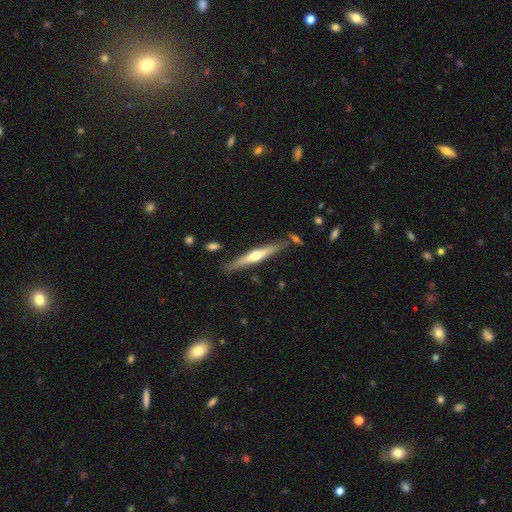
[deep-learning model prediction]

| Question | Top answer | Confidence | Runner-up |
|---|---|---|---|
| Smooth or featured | featured or disk | 65% | smooth (29%) |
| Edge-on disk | yes | 96% | no (4%) |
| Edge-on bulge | rounded | 89% | none (8%) |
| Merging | none | 83% | minor disturbance (11%) |